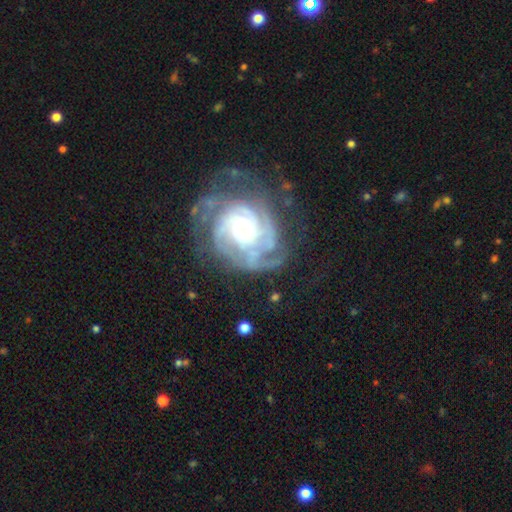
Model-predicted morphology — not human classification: Smooth or featured? featured or disk (87%)
Edge-on disk? no (98%)
Bar? no (74%)
Spiral arms? yes (97%)
Spiral winding? tight (74%)
Spiral arm count? can't tell (26%)
Bulge size? small (63%)
Merging? none (69%)